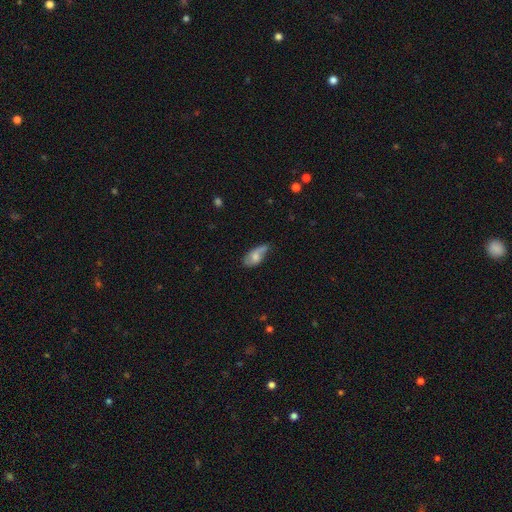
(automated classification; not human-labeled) The model was most divided on "merging": minor disturbance: 41%, none: 39%, major disturbance: 16%, merger: 4%. More confident: how rounded — in between (89%); smooth or featured — smooth (58%).